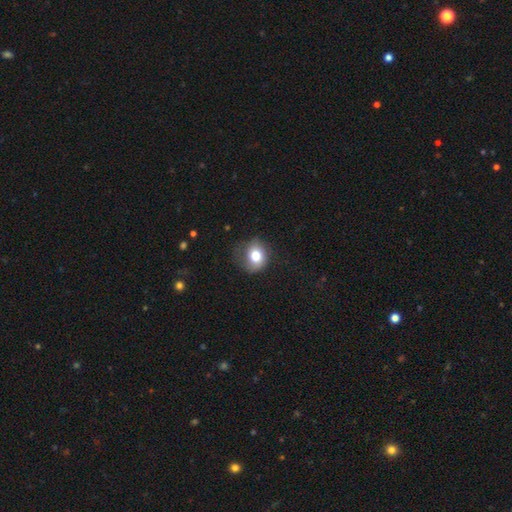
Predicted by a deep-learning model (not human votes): Overall: smooth (76%). How rounded: round (66%; in between 33%). Merging: none (53%; minor disturbance 30%).